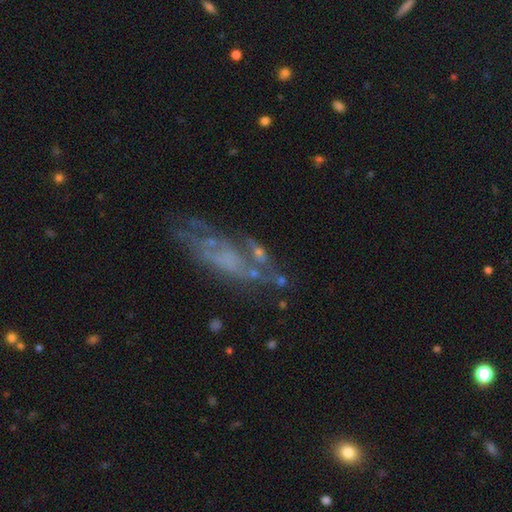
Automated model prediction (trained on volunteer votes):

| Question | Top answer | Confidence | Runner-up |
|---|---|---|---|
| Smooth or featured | featured or disk | 61% | smooth (26%) |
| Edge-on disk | no | 83% | yes (17%) |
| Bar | no | 79% | weak (16%) |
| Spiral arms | no | 61% | yes (39%) |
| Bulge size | none | 63% | small (19%) |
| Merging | none | 47% | major disturbance (22%) |